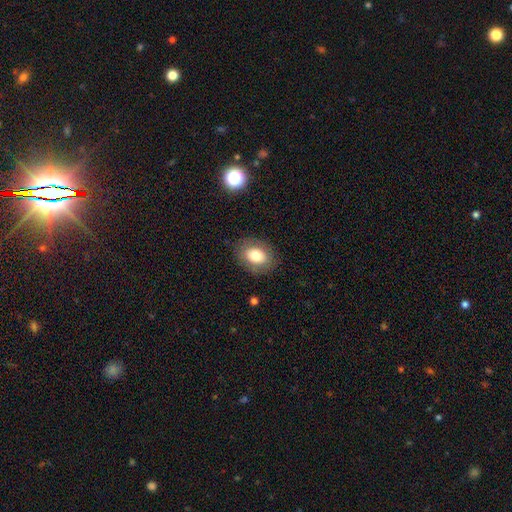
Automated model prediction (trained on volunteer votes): Smooth or featured? smooth (76%)
How rounded? in between (67%)
Merging? none (84%)